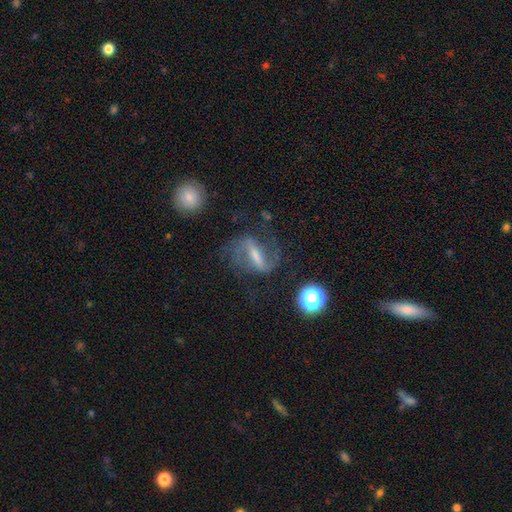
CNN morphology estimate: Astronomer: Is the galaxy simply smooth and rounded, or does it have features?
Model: featured or disk — 77%.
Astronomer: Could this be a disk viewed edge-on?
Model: no — 92%.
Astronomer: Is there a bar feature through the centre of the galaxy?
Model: strong — 61%.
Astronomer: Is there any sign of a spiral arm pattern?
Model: yes — 92%.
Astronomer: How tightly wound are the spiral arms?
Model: medium — 44% (runner-up: loose, 43%).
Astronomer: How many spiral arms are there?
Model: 2 — 88%.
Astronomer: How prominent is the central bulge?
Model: small — 33% (runner-up: moderate, 32%).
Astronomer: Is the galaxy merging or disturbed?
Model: none — 65%.